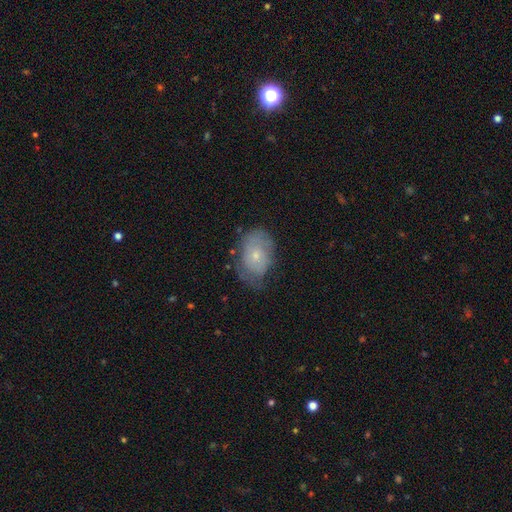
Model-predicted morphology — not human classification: Q: Smooth or featured?
A: smooth (52%); runner-up: featured or disk (40%)
Q: How rounded?
A: in between (77%); runner-up: round (21%)
Q: Merging?
A: none (53%); runner-up: minor disturbance (32%)